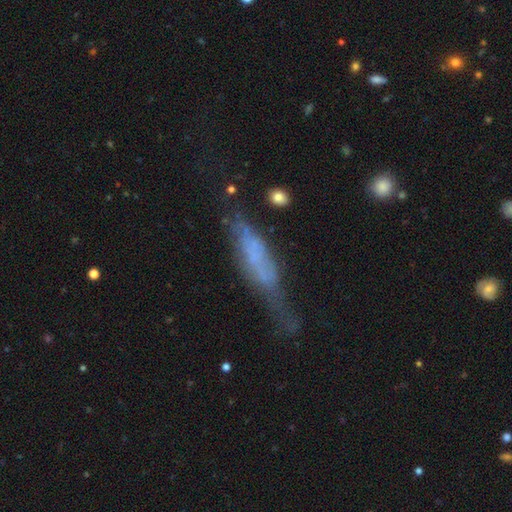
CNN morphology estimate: The model was most divided on "merging": none: 38%, minor disturbance: 31%, major disturbance: 25%, merger: 6%. More confident: edge-on disk — yes (62%); smooth or featured — featured or disk (51%).